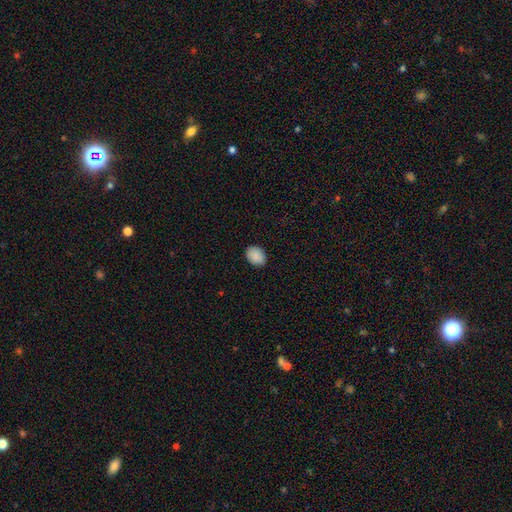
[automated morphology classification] A smooth galaxy with no disk features (89%) that is in between round and cigar-shaped (67%).

Vote fractions:
- Smooth or featured? smooth: 89% / star or artifact: 7% / featured or disk: 3%
- How rounded? in between: 67% / round: 32% / cigar-shaped: 1%
- Merging? none: 86% / minor disturbance: 11% / major disturbance: 2% / merger: 1%